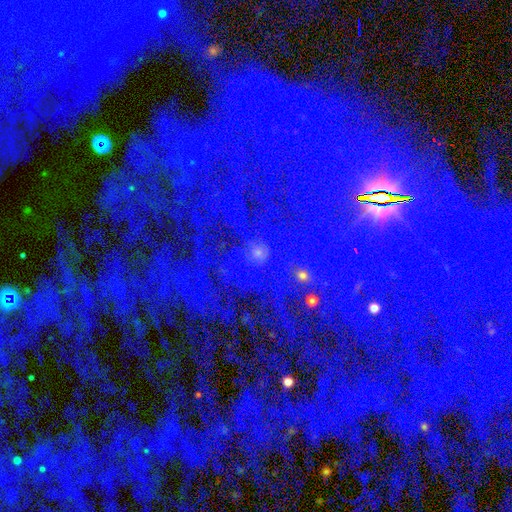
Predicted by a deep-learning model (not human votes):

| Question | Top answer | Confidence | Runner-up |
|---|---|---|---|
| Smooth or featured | star or artifact | 81% | featured or disk (9%) |